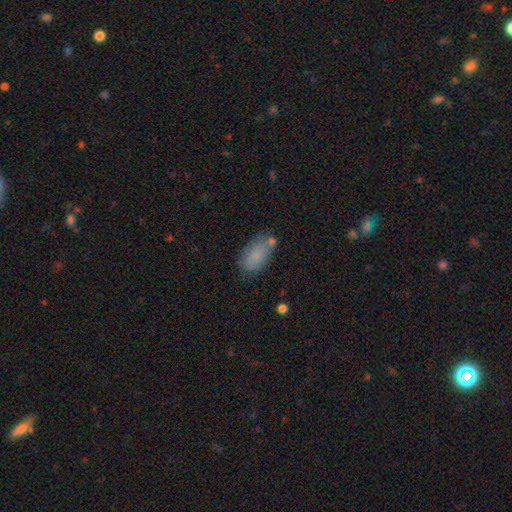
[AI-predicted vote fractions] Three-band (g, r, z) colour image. It shows a smooth galaxy with no disk features (83%) that is in between round and cigar-shaped (91%). Merging: none (64%).